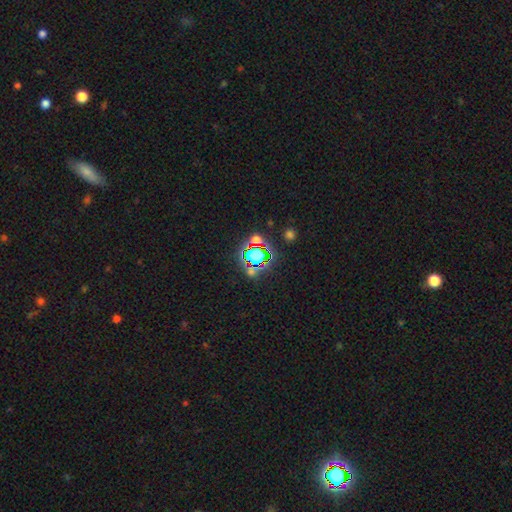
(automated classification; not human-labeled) smooth_or_featured: star or artifact (p=0.64) [alt: smooth p=0.25]